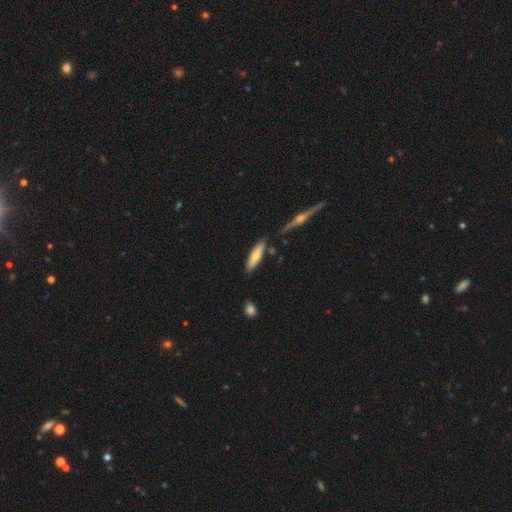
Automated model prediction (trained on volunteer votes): Smooth or featured? smooth (67%)
How rounded? cigar-shaped (61%)
Merging? none (75%)